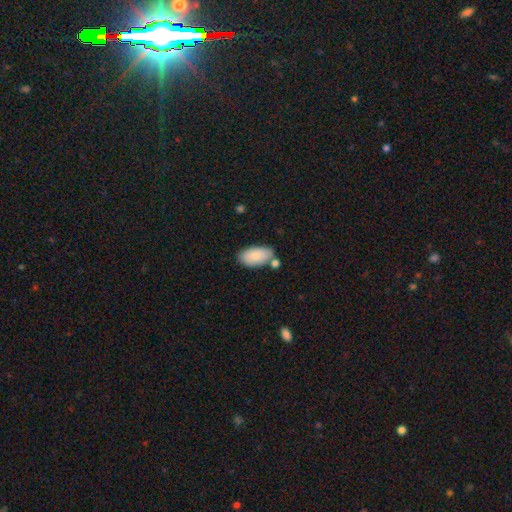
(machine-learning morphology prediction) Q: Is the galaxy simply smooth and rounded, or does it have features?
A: smooth — 78%.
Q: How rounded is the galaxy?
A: in between — 95%.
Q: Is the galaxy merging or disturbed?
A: none — 66%.